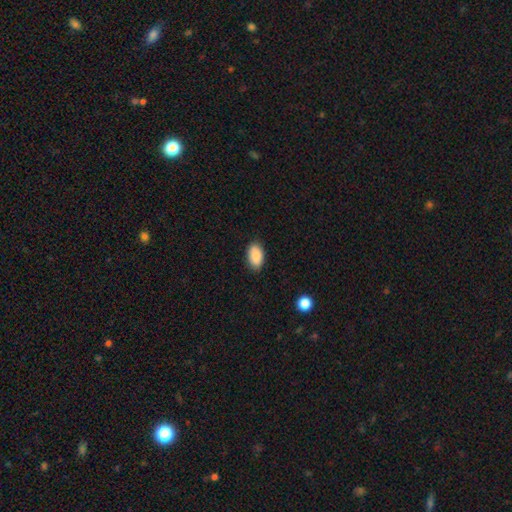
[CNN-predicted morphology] Smooth or featured: smooth — 88% (star or artifact — 7%)
How rounded: in between — 93% (round — 5%)
Merging: none — 87% (minor disturbance — 10%)